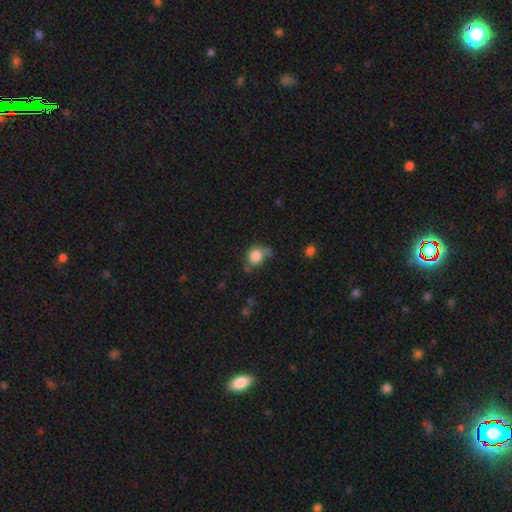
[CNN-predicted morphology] This is clearly a smooth galaxy (81%). How rounded: likely round (67%). Merging: marginally none (42%).